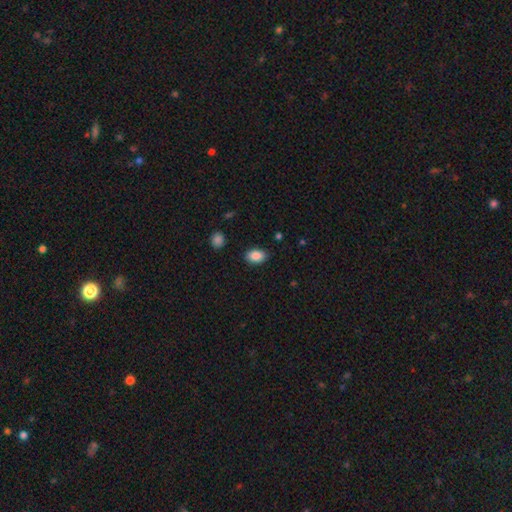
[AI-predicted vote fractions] This is clearly a smooth galaxy (88%). How rounded: clearly in between (86%). Merging: clearly none (86%).